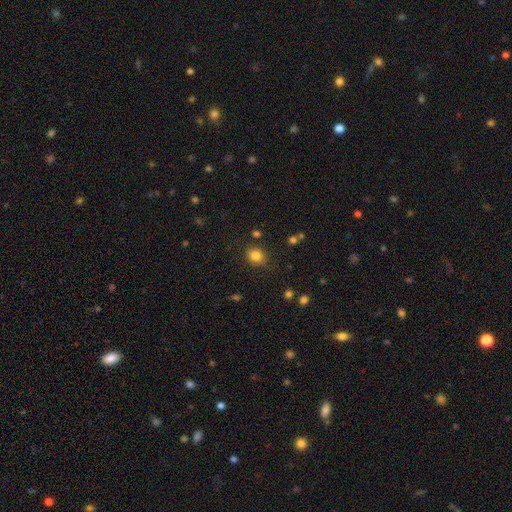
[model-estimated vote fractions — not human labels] smooth_or_featured: smooth (p=0.83) [alt: star or artifact p=0.12]
how_rounded: round (p=0.60) [alt: in between p=0.39]
merging: none (p=0.83) [alt: minor disturbance p=0.12]